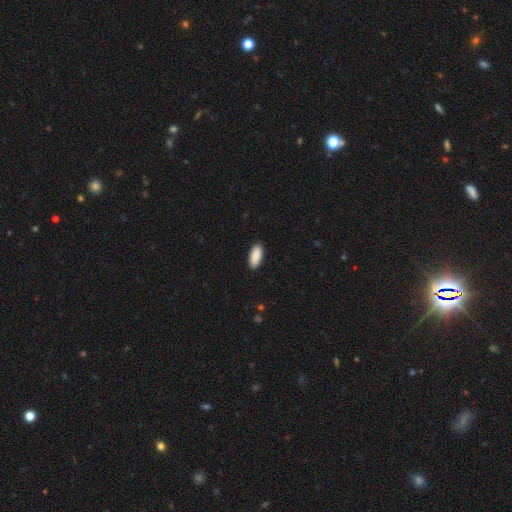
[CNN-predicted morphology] Q: Smooth or featured?
A: smooth (91%); runner-up: star or artifact (6%)
Q: How rounded?
A: in between (88%); runner-up: cigar-shaped (11%)
Q: Merging?
A: none (90%); runner-up: minor disturbance (8%)